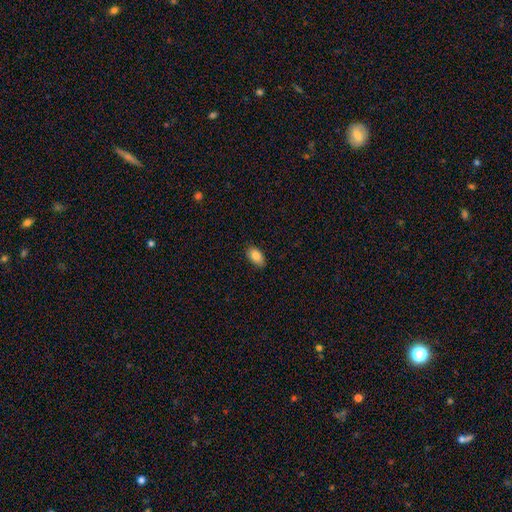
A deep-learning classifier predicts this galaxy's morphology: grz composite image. It shows a smooth galaxy with no disk features (84%) that is in between round and cigar-shaped (92%). Merging: none (86%).